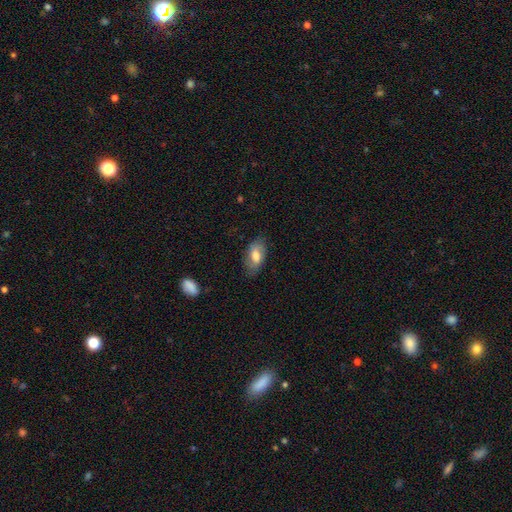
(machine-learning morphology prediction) Overall: smooth (69%). How rounded: in between (92%). Merging: none (76%).